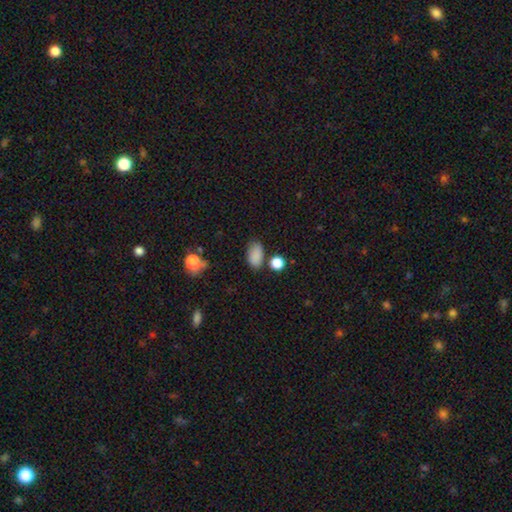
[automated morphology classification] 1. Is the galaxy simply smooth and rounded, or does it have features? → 85% smooth, 10% star or artifact, 5% featured or disk.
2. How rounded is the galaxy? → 89% in between, 9% round, 2% cigar-shaped.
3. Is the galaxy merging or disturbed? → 71% none, 17% minor disturbance, 8% merger, 5% major disturbance.